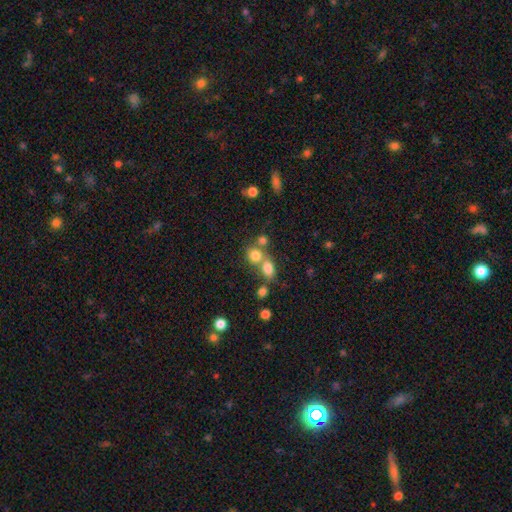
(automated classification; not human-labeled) Smooth or featured: smooth — 77% (star or artifact — 13%)
How rounded: round — 70% (in between — 29%)
Merging: merger — 45% (none — 43%)